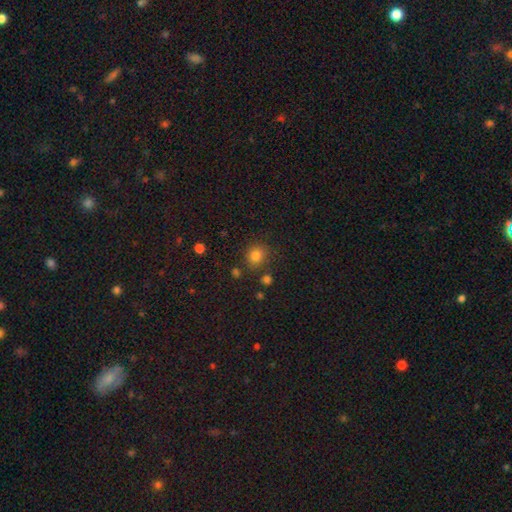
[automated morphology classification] type=smooth (80%); roundness=round (77%); merging=none (80%).